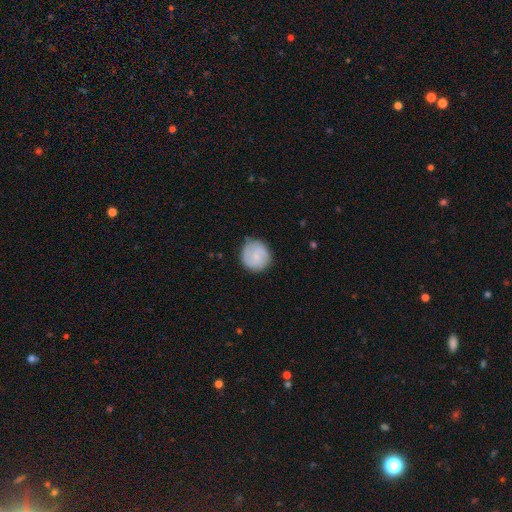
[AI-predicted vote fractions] Smooth or featured? Predicted: smooth (p=0.62). How rounded? Predicted: round (p=0.92). Merging? Predicted: none (p=0.76).